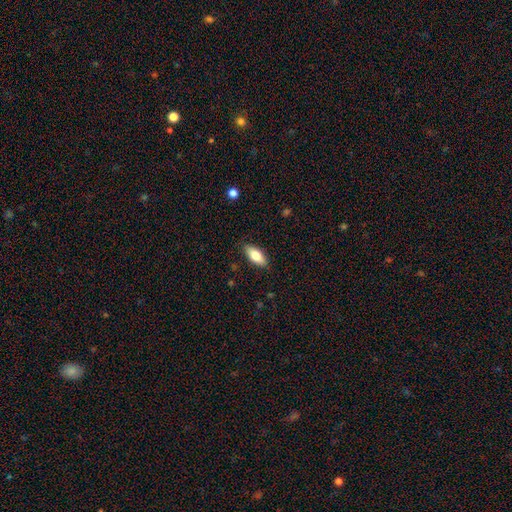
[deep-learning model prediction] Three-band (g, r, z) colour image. It shows a smooth galaxy with no disk features (77%) that is in between round and cigar-shaped (85%). Merging: none (87%).